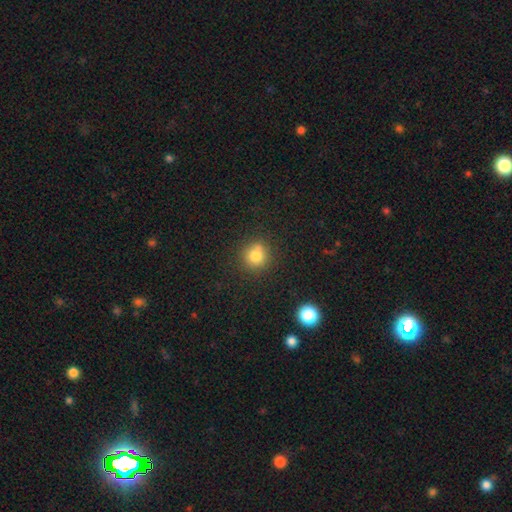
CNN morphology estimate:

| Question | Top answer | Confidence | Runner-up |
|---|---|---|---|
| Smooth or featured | smooth | 78% | star or artifact (14%) |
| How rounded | round | 90% | in between (9%) |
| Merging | none | 75% | minor disturbance (12%) |